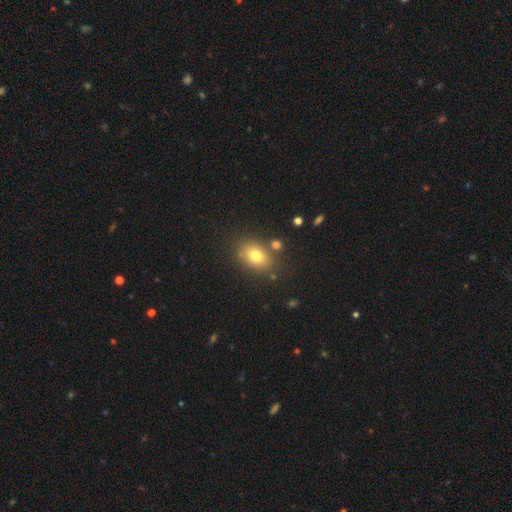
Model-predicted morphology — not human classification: This appears to be a smooth galaxy with no disk features (77%) that is in between round and cigar-shaped (74%). Merging: none (76%).